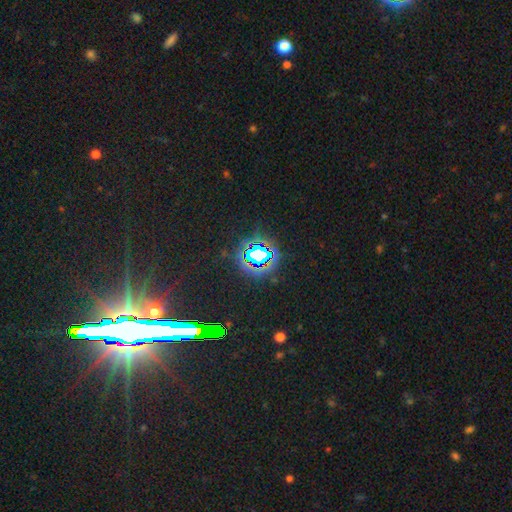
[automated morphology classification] Smooth or featured: star or artifact — 79% (featured or disk — 11%)